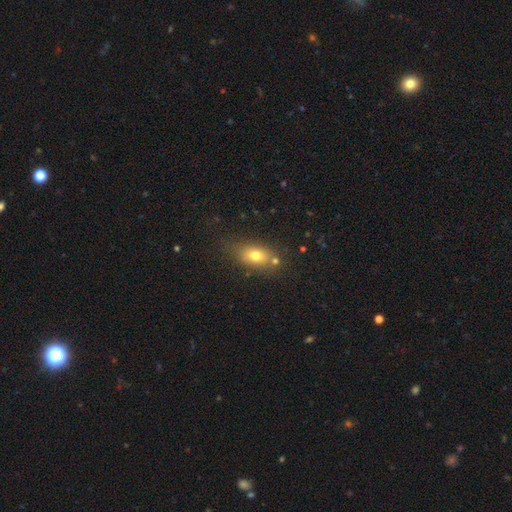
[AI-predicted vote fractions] A smooth galaxy with no disk features (74%) that is in between round and cigar-shaped (74%).

Vote fractions:
- Smooth or featured? smooth: 74% / featured or disk: 15% / star or artifact: 12%
- How rounded? in between: 74% / round: 21% / cigar-shaped: 5%
- Merging? none: 66% / minor disturbance: 18% / merger: 10% / major disturbance: 6%